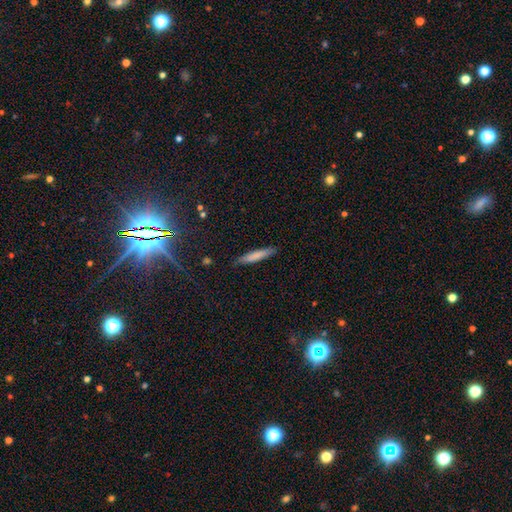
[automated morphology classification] This is likely a smooth galaxy (77%). How rounded: clearly cigar-shaped (90%). Merging: clearly none (86%).